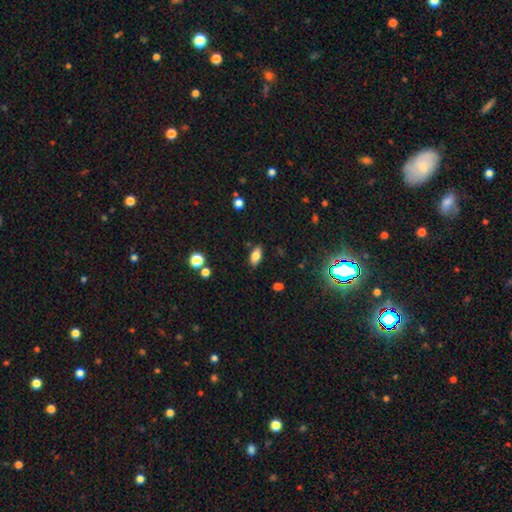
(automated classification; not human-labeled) Smooth or featured?
  - smooth: 80% *
  - featured or disk: 11%
  - star or artifact: 10%
How rounded?
  - in between: 88% *
  - cigar-shaped: 7%
  - round: 4%
Merging?
  - none: 84% *
  - minor disturbance: 11%
  - major disturbance: 3%
  - merger: 2%